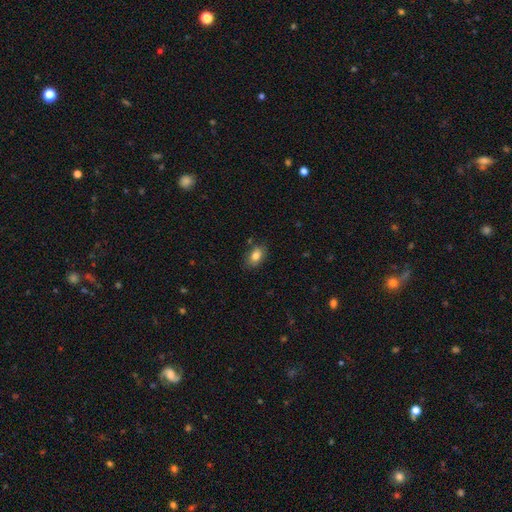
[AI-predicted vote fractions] A smooth galaxy with no disk features (82%) that is in between round and cigar-shaped (87%). Merging: none (79%).